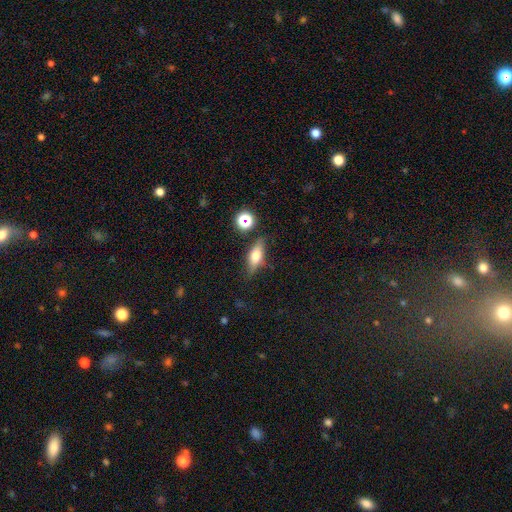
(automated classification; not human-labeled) This appears to be a smooth galaxy with no disk features (60%) that is in between round and cigar-shaped (63%). Merging: none (75%).